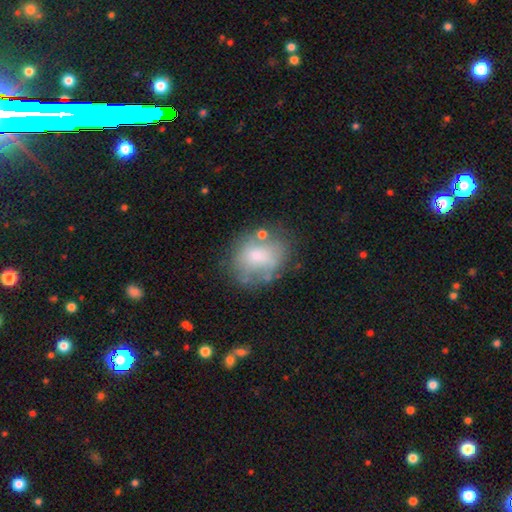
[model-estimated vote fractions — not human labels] Smooth or featured: smooth — 64% (featured or disk — 27%)
How rounded: round — 51% (in between — 48%)
Merging: none — 54% (minor disturbance — 24%)